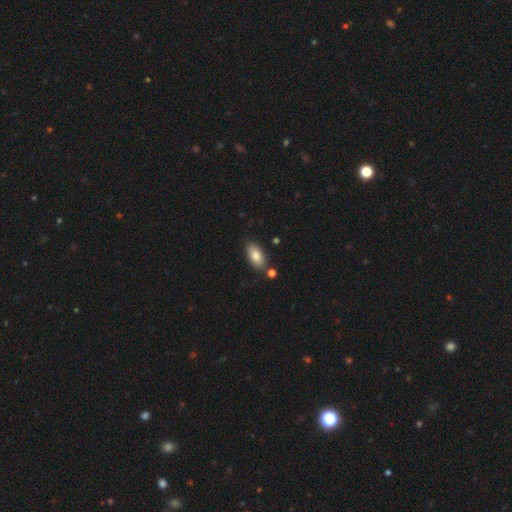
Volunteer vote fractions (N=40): This is clearly a smooth galaxy (85%). How rounded: clearly in between (91%). Merging: clearly none (80%).